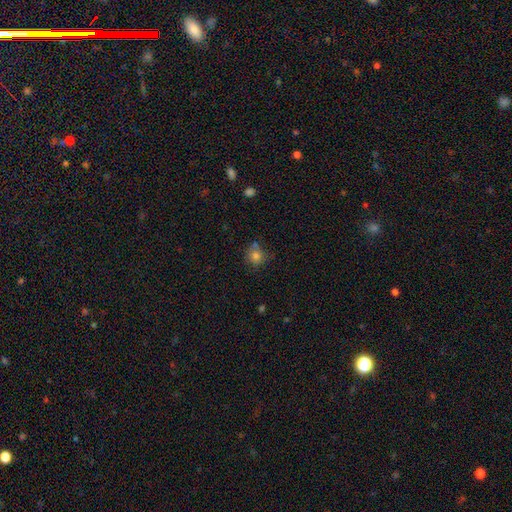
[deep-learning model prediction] This is likely a smooth galaxy (78%). How rounded: clearly round (87%). Merging: likely none (67%).